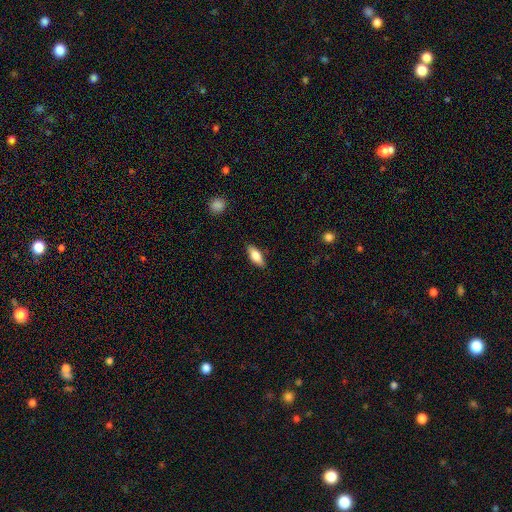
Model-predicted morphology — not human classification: A smooth galaxy with no disk features (75%) that is in between round and cigar-shaped (73%). Merging: none (86%).